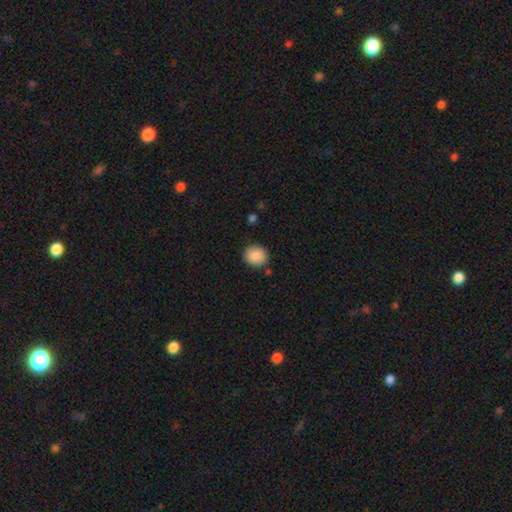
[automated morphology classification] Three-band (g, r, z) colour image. It shows a smooth galaxy with no disk features (89%) that is round (81%). Merging: none (87%).